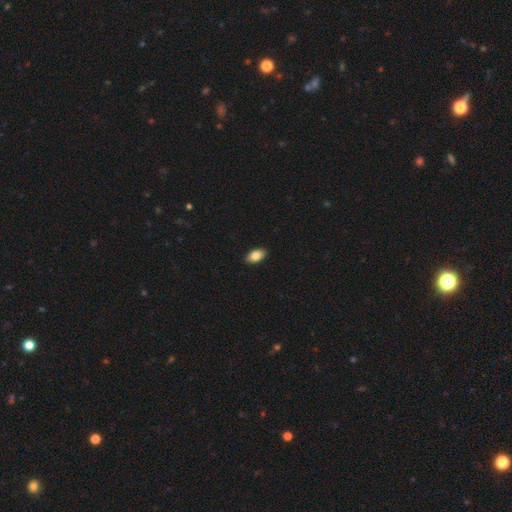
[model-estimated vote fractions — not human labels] Q: Smooth or featured?
A: smooth (84%); runner-up: featured or disk (9%)
Q: How rounded?
A: in between (93%); runner-up: round (5%)
Q: Merging?
A: none (90%); runner-up: minor disturbance (8%)